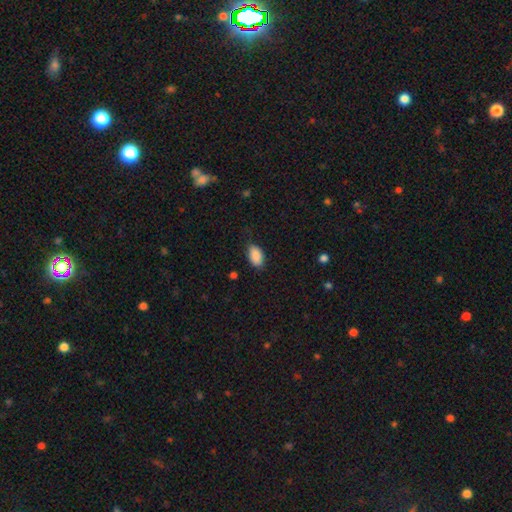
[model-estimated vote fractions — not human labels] smooth-or-featured: smooth: 89% | star or artifact: 7% | featured or disk: 4%
  how-rounded: in between: 93% | round: 5% | cigar-shaped: 2%
  merging: none: 78% | minor disturbance: 17% | major disturbance: 4% | merger: 1%